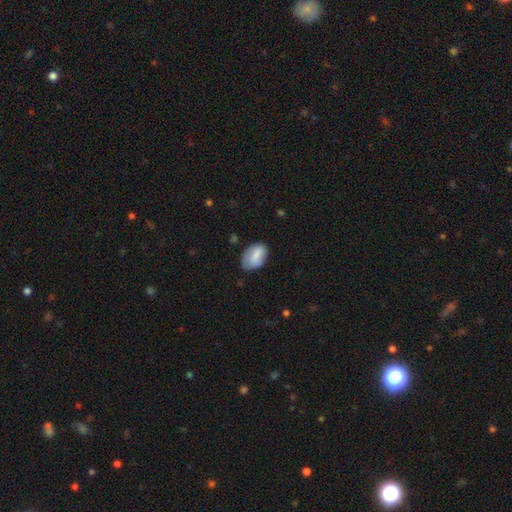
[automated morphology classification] Overall: smooth (82%). How rounded: in between (89%). Merging: none (66%; minor disturbance 26%).